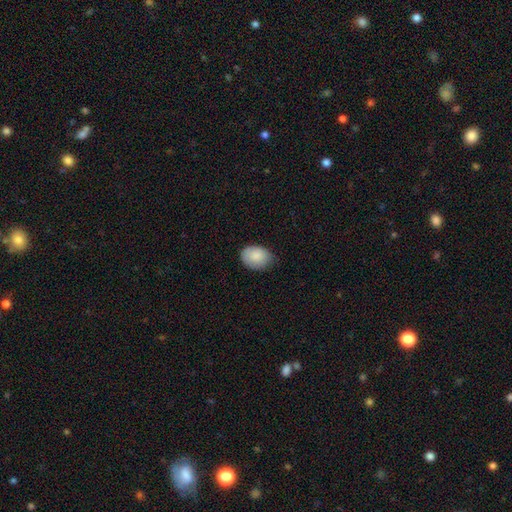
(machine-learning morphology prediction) Smooth or featured? Predicted: smooth (p=0.87). How rounded? Predicted: in between (p=0.78). Merging? Predicted: none (p=0.70).